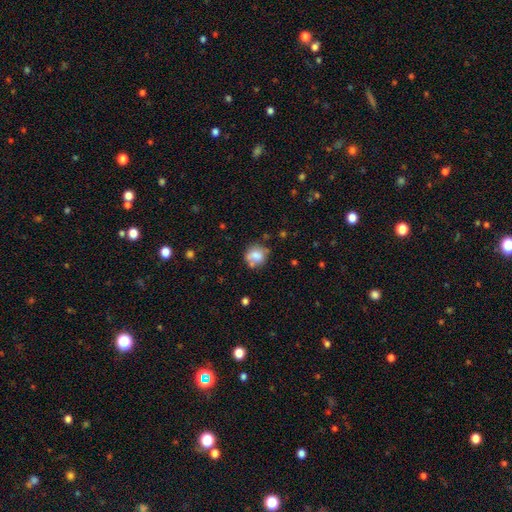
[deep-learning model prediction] Smooth or featured? smooth (72%)
How rounded? round (77%)
Merging? none (55%)